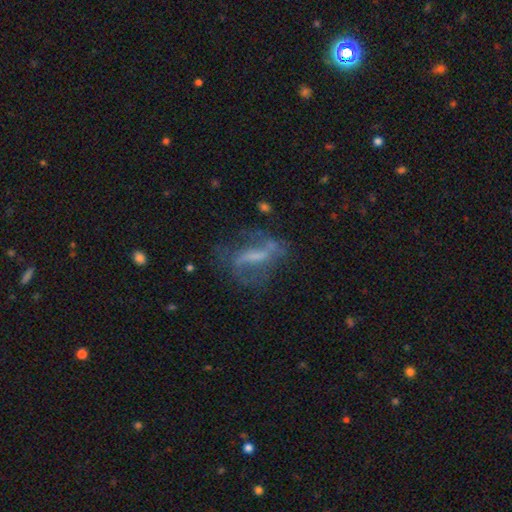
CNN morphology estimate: This is likely a featured or disk galaxy (67%). It is clearly not viewed edge-on (86%). Bar: possibly strong (48%). Spiral arm pattern: likely yes (69%). Central bulge: marginally none (40%). Merging: possibly none (54%).